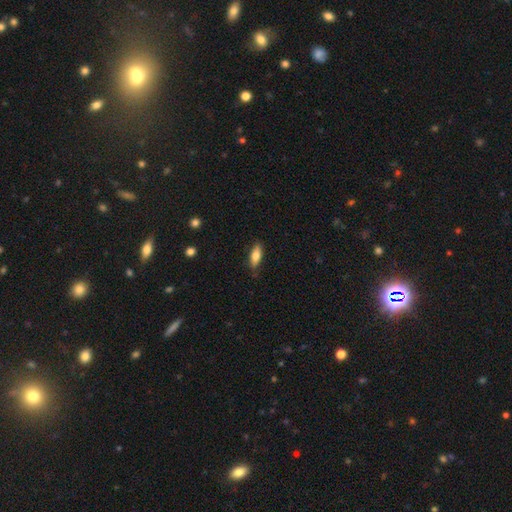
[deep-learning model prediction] Smooth or featured: smooth — 78% (featured or disk — 16%)
How rounded: in between — 69% (cigar-shaped — 29%)
Merging: none — 82% (minor disturbance — 14%)